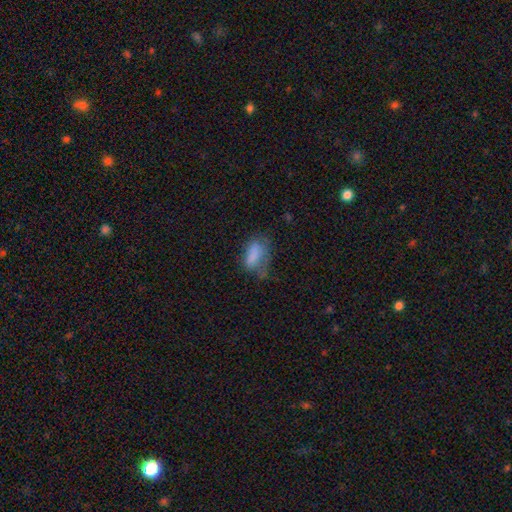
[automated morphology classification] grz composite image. It shows a smooth galaxy with no disk features (74%) that is in between round and cigar-shaped (85%). Merging: none (36%).